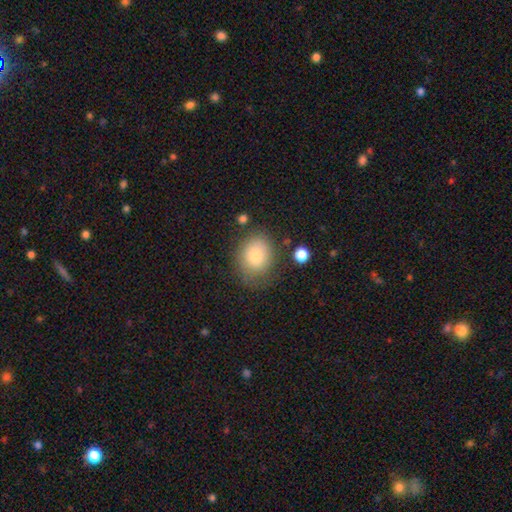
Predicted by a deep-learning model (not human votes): smooth_or_featured: smooth (p=0.77) [alt: featured or disk p=0.13]
how_rounded: round (p=0.63) [alt: in between p=0.36]
merging: none (p=0.70) [alt: minor disturbance p=0.20]